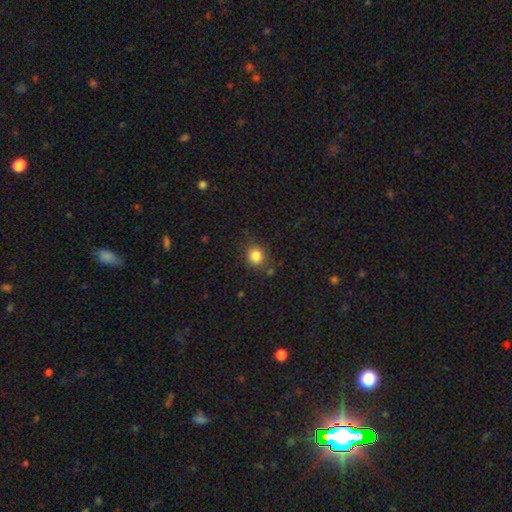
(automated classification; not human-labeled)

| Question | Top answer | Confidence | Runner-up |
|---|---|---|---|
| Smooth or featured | smooth | 83% | star or artifact (11%) |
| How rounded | round | 80% | in between (19%) |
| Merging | none | 79% | minor disturbance (13%) |